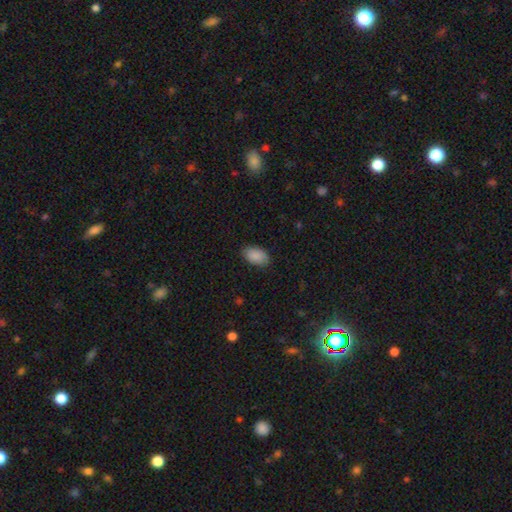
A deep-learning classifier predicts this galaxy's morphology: This is clearly a smooth galaxy (89%). How rounded: clearly in between (93%). Merging: clearly none (84%).